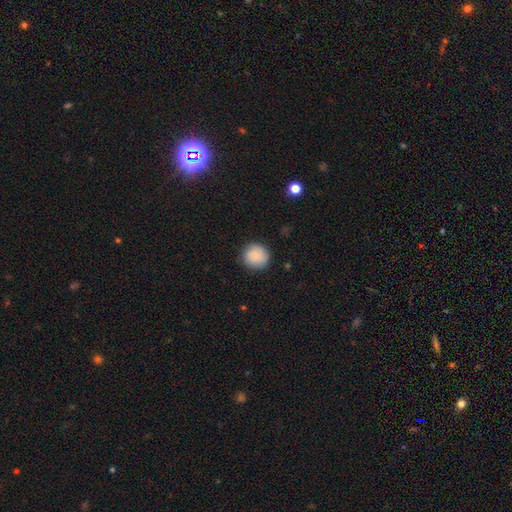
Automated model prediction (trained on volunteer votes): This is clearly a smooth galaxy (87%). How rounded: clearly round (91%). Merging: clearly none (87%).